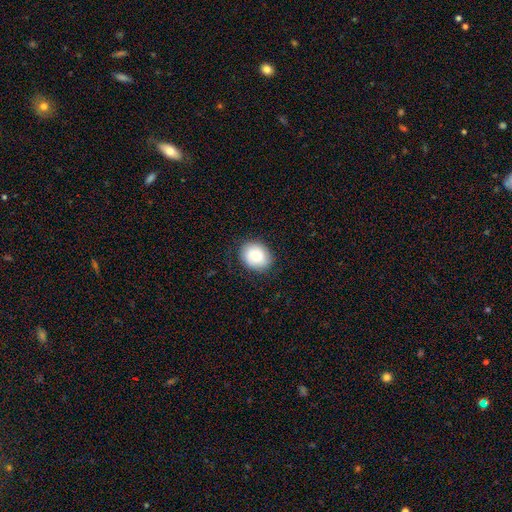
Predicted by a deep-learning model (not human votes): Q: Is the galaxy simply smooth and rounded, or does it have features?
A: smooth — 80%.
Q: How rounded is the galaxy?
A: round — 58%.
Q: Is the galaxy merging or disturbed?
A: none — 83%.